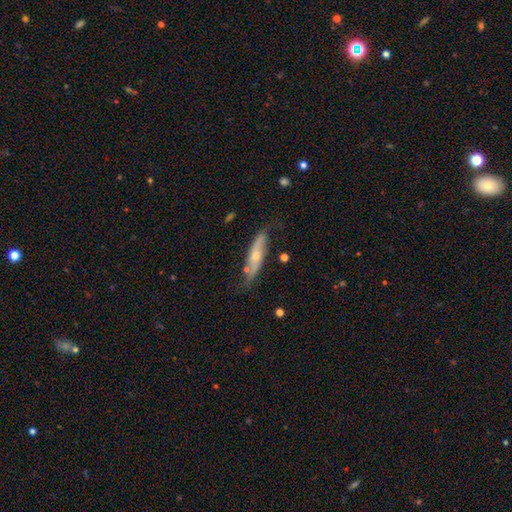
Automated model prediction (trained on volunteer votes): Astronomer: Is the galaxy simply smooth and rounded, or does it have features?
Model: featured or disk — 59% (runner-up: smooth, 36%).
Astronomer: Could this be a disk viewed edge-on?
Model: no — 51% (runner-up: yes, 49%).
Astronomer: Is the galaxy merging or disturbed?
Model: none — 67%.